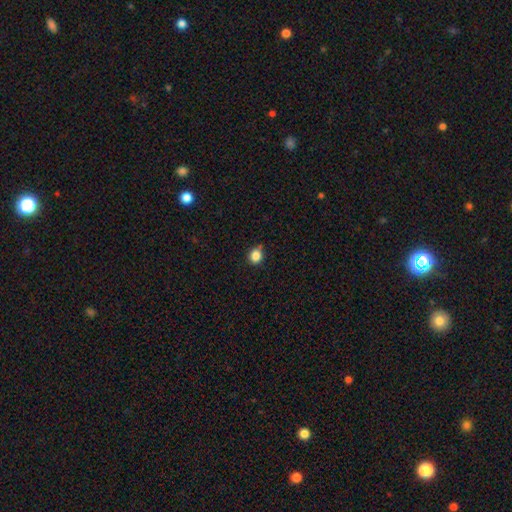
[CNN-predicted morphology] smooth 85%, star or artifact 11%, featured or disk 4%. Down the decision tree: how rounded — round (74%); merging — none (78%).